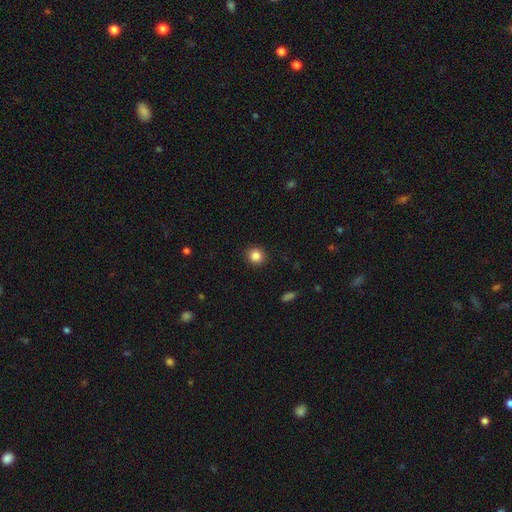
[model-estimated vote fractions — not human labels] This appears to be a smooth galaxy with no disk features (85%) that is round (91%). Merging: none (92%).